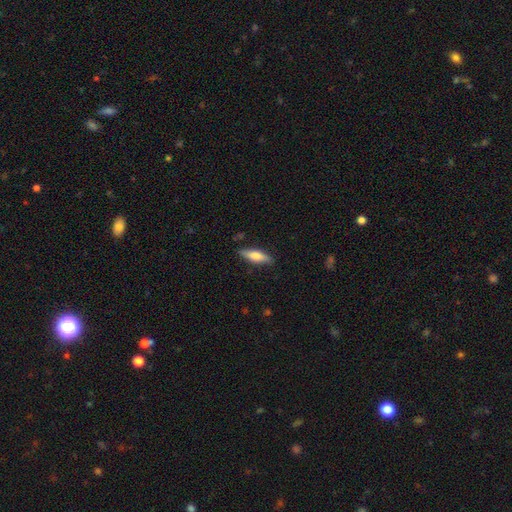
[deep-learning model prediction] Morphology: type=smooth (60%); roundness=cigar-shaped (58%); merging=none (84%).